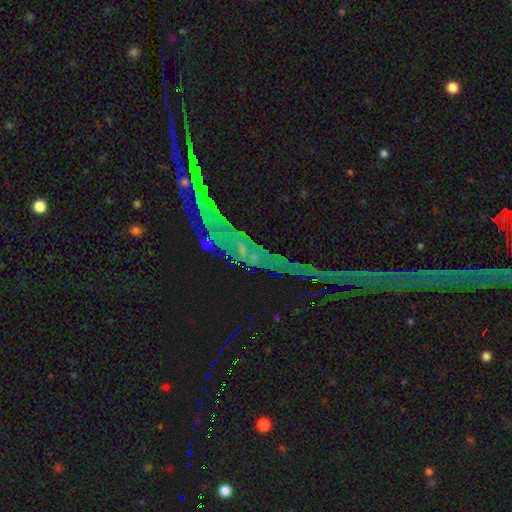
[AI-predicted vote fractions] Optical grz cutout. It shows a star or artifact, not a galaxy (66%).